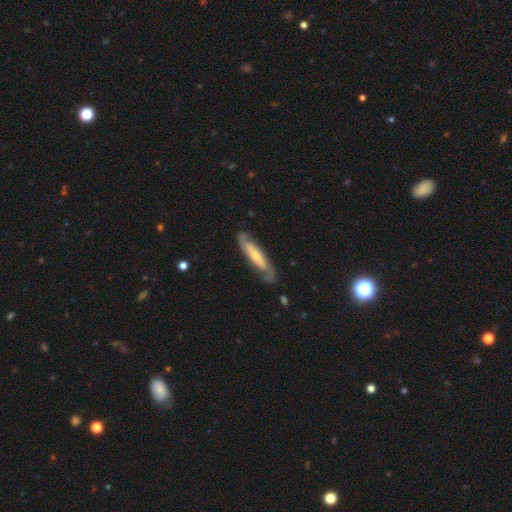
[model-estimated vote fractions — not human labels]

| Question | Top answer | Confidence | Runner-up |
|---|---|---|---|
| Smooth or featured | featured or disk | 66% | smooth (29%) |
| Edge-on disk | no | 65% | yes (35%) |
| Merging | none | 74% | minor disturbance (18%) |